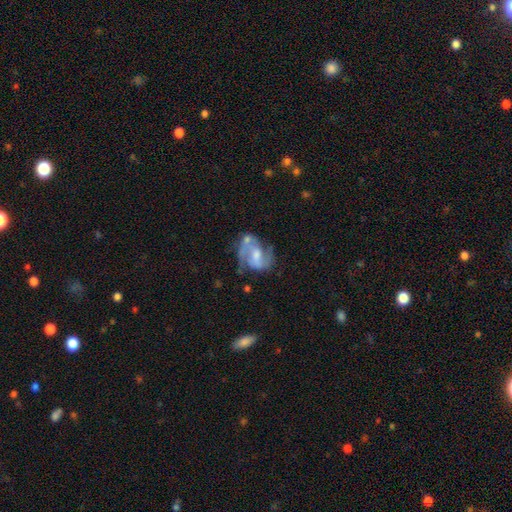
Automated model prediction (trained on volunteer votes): Smooth or featured: featured or disk — 80% (smooth — 14%)
Edge-on disk: no — 98% (yes — 2%)
Bar: weak — 51% (no — 30%)
Spiral arms: yes — 90% (no — 10%)
Spiral winding: medium — 52% (loose — 28%)
Spiral arm count: 2 — 79% (can't tell — 8%)
Bulge size: moderate — 44% (small — 31%)
Merging: none — 50% (minor disturbance — 23%)